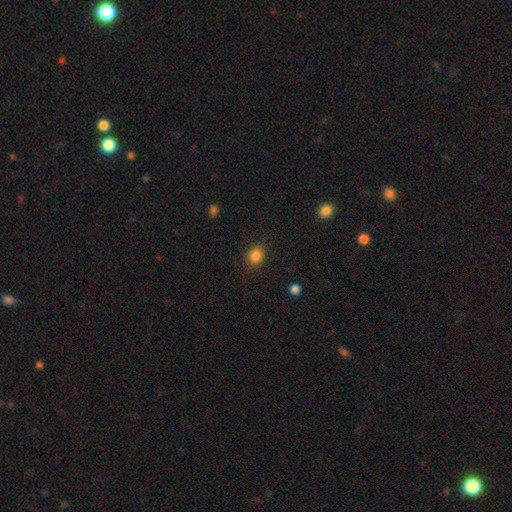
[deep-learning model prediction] The model was most divided on "how rounded": round: 70%, in between: 29%, cigar-shaped: 1%. More confident: merging — none (87%); smooth or featured — smooth (85%).